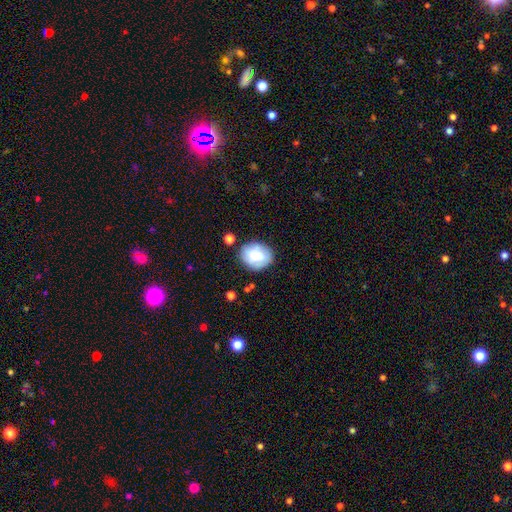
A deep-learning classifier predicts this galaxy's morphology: smooth-or-featured: smooth: 75% | featured or disk: 18% | star or artifact: 8%
  how-rounded: round: 57% | in between: 42% | cigar-shaped: 1%
  merging: none: 76% | minor disturbance: 16% | major disturbance: 4% | merger: 4%